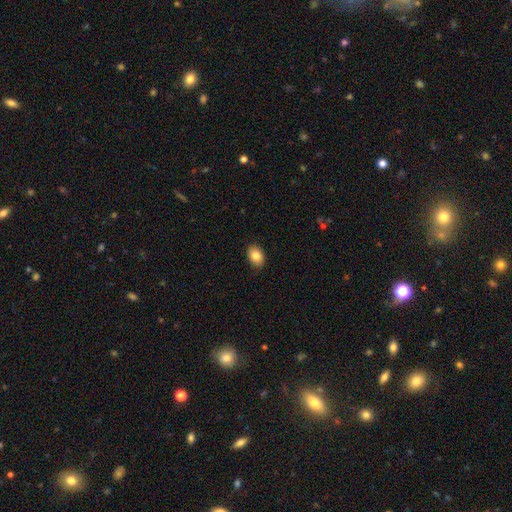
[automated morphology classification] Smooth or featured?
  - smooth: 85% *
  - star or artifact: 8%
  - featured or disk: 7%
How rounded?
  - in between: 81% *
  - round: 18%
  - cigar-shaped: 1%
Merging?
  - none: 88% *
  - minor disturbance: 10%
  - major disturbance: 2%
  - merger: 1%